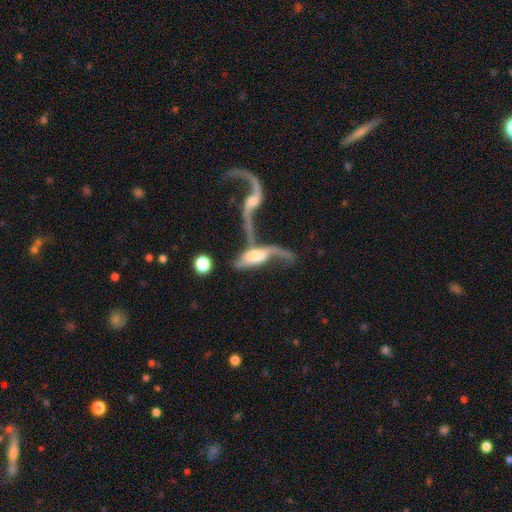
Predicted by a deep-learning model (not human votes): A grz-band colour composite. It shows a featured or disk galaxy (63%) with no bar (58%), spiral arms (66%) and a moderate central bulge (43%). Merging: merger (67%).